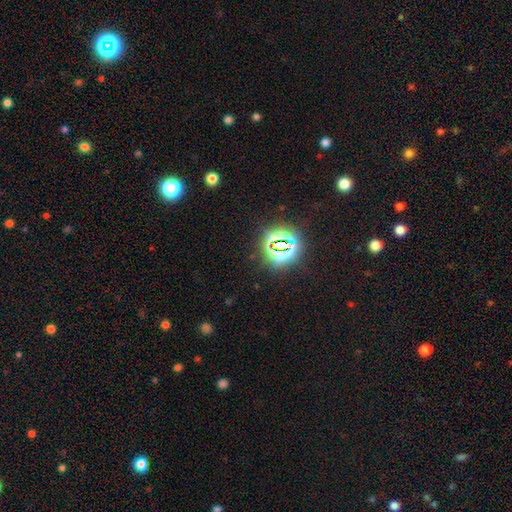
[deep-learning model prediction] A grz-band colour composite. It shows a star or artifact, not a galaxy (78%).